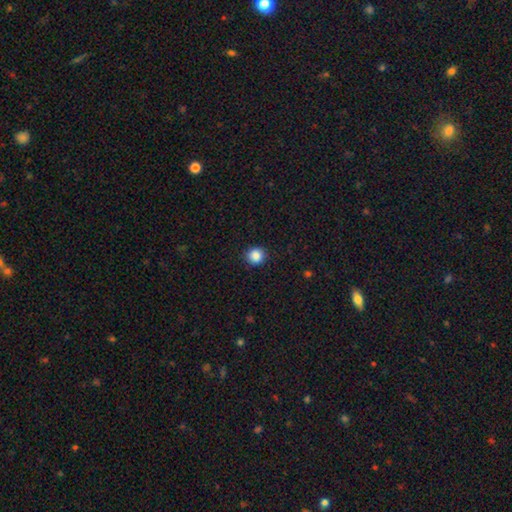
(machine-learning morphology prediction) Overall: smooth (87%). How rounded: round (92%). Merging: none (91%).